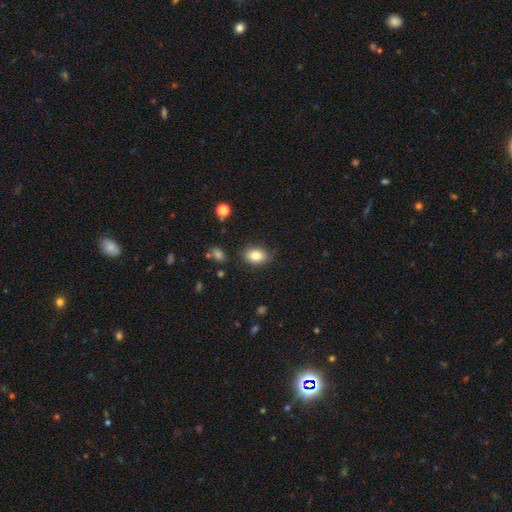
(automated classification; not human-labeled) Smooth or featured? smooth (83%)
How rounded? in between (81%)
Merging? none (84%)